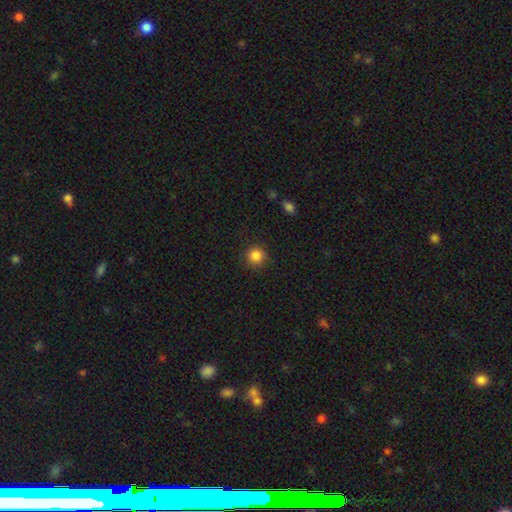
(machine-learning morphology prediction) smooth_or_featured: smooth (p=0.85) [alt: star or artifact p=0.11]
how_rounded: round (p=0.94) [alt: in between p=0.05]
merging: none (p=0.88) [alt: minor disturbance p=0.08]